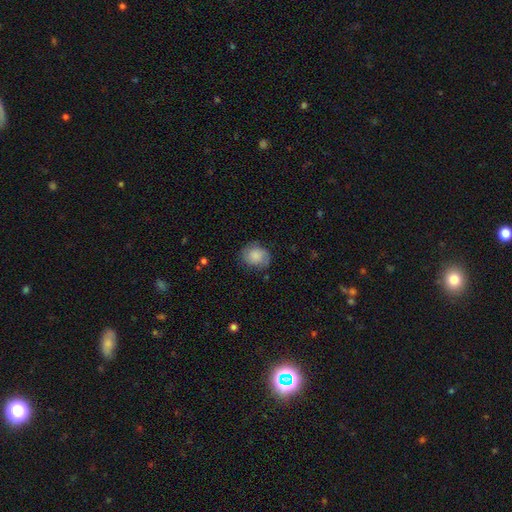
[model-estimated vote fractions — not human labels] Q: Smooth or featured?
A: smooth (61%); runner-up: featured or disk (31%)
Q: How rounded?
A: round (59%); runner-up: in between (40%)
Q: Merging?
A: none (73%); runner-up: minor disturbance (19%)